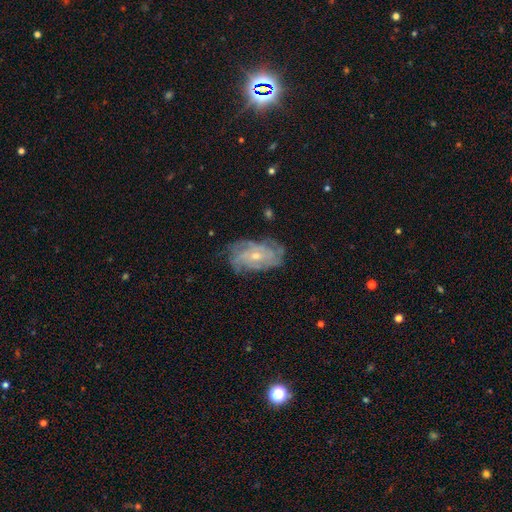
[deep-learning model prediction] smooth-or-featured: featured or disk: 79% | smooth: 13% | star or artifact: 7%
  disk-edge-on: no: 95% | yes: 5%
    bar: no: 67% | weak: 28% | strong: 5%
    has-spiral-arms: yes: 92% | no: 8%
      spiral-winding: tight: 57% | medium: 32% | loose: 10%
      spiral-arm-count: can't tell: 38% | 4: 20% | 3: 17% | 2: 13% | more than 4: 7% | 1: 5%
    bulge-size: small: 60% | moderate: 36% | none: 1% | large: 1% | dominant: 1%
  merging: none: 70% | minor disturbance: 21% | major disturbance: 8% | merger: 1%